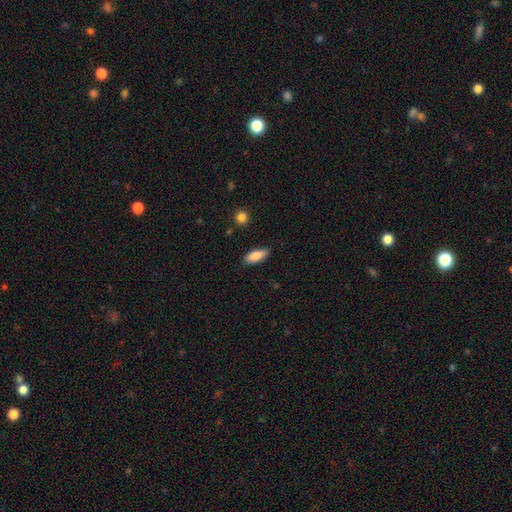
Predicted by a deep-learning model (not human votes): The model was most divided on "how rounded": in between: 78%, cigar-shaped: 20%, round: 2%. More confident: smooth or featured — smooth (86%); merging — none (84%).